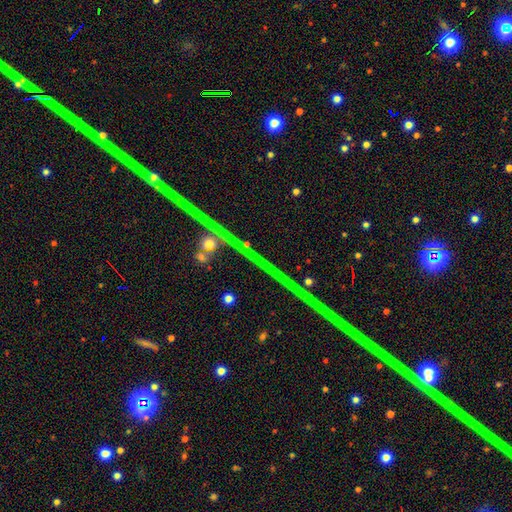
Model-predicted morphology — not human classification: The model was most divided on "smooth or featured": star or artifact: 84%, featured or disk: 9%, smooth: 7%.